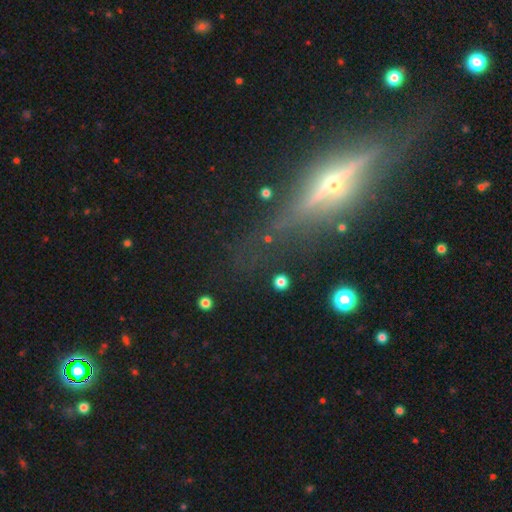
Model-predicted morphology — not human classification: smooth-or-featured: featured or disk: 73% | star or artifact: 14% | smooth: 13%
  disk-edge-on: yes: 91% | no: 9%
    edge-on-bulge: rounded: 88% | none: 6% | boxy: 6%
  merging: none: 80% | minor disturbance: 12% | major disturbance: 5% | merger: 2%